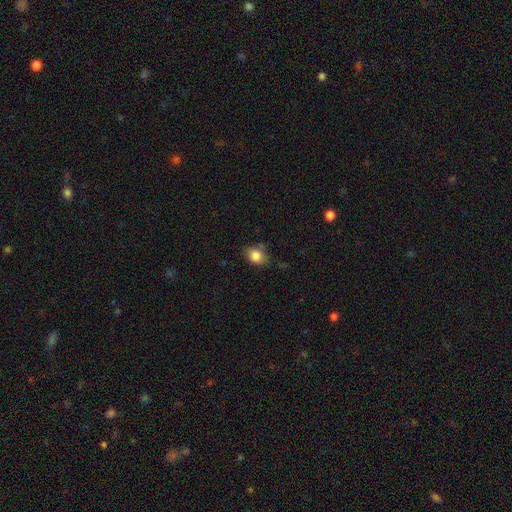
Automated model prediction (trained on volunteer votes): smooth_or_featured: smooth (p=0.85) [alt: star or artifact p=0.09]
how_rounded: in between (p=0.55) [alt: round p=0.44]
merging: none (p=0.70) [alt: minor disturbance p=0.23]